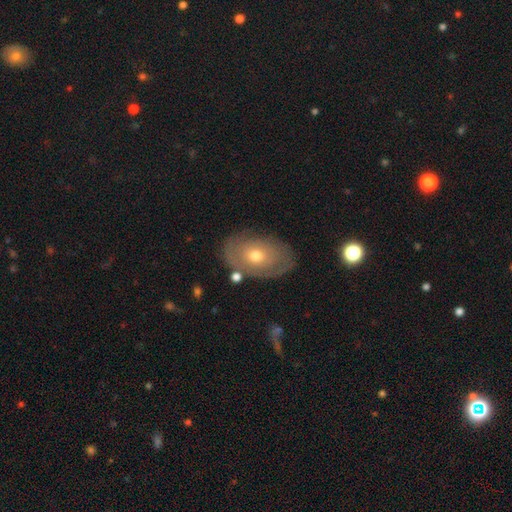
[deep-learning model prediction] featured or disk 54%, smooth 38%, star or artifact 9%. Down the decision tree: edge-on disk — no (91%); merging — none (77%).